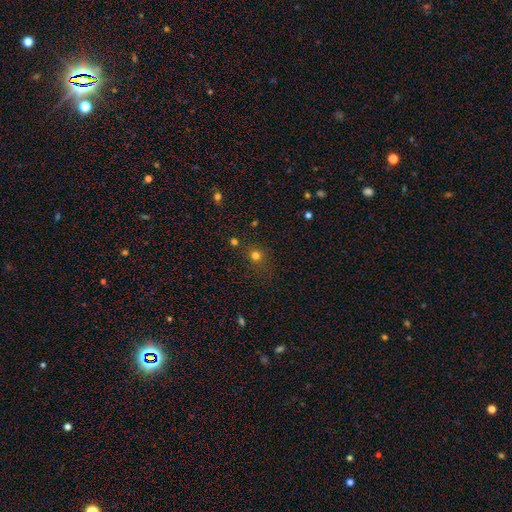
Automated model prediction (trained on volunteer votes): The model was most divided on "smooth or featured": smooth: 69%, star or artifact: 24%, featured or disk: 7%. More confident: how rounded — round (86%); merging — none (78%).